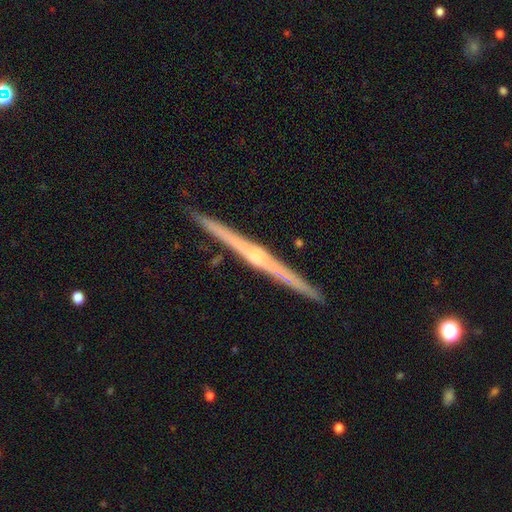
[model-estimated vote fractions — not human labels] This appears to be a featured or disk galaxy (81%) viewed edge-on (99%) with a rounded central bulge (67%). Merging: none (92%).